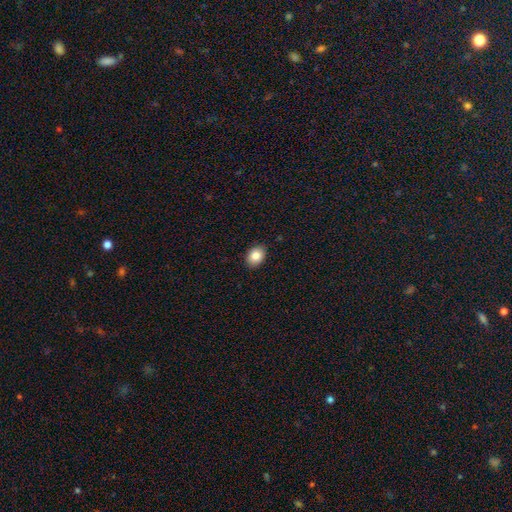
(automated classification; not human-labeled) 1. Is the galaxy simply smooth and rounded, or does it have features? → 84% smooth, 8% star or artifact, 7% featured or disk.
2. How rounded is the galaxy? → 70% in between, 30% round, 1% cigar-shaped.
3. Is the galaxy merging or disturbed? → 90% none, 8% minor disturbance, 2% major disturbance, 1% merger.